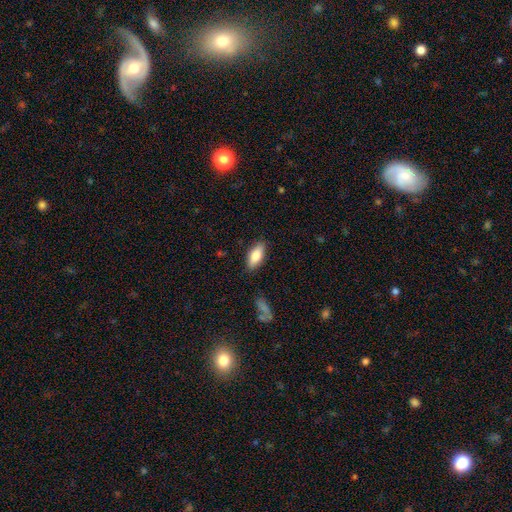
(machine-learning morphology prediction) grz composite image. It shows a smooth galaxy with no disk features (78%) that is in between round and cigar-shaped (80%). Merging: none (86%).